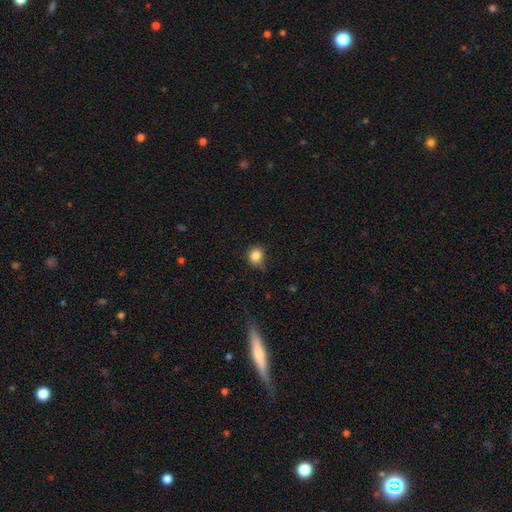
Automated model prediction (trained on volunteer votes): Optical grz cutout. It shows a smooth galaxy with no disk features (84%) that is round (78%). Merging: none (64%).